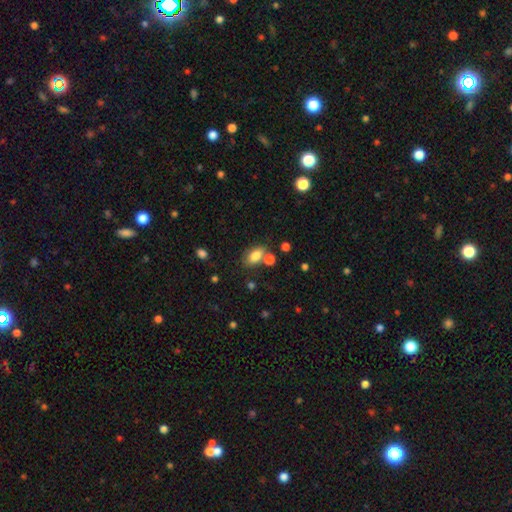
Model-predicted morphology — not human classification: smooth-or-featured: smooth: 82% | star or artifact: 10% | featured or disk: 9%
  how-rounded: in between: 87% | round: 10% | cigar-shaped: 3%
  merging: none: 62% | merger: 18% | minor disturbance: 15% | major disturbance: 5%